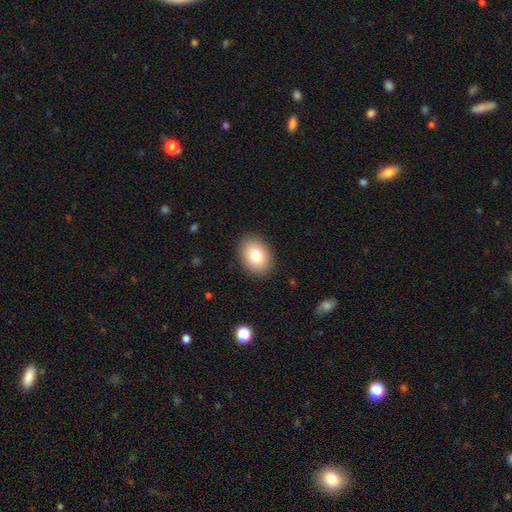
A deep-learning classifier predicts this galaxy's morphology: Smooth or featured? Predicted: smooth (p=0.79). How rounded? Predicted: in between (p=0.71). Merging? Predicted: none (p=0.89).